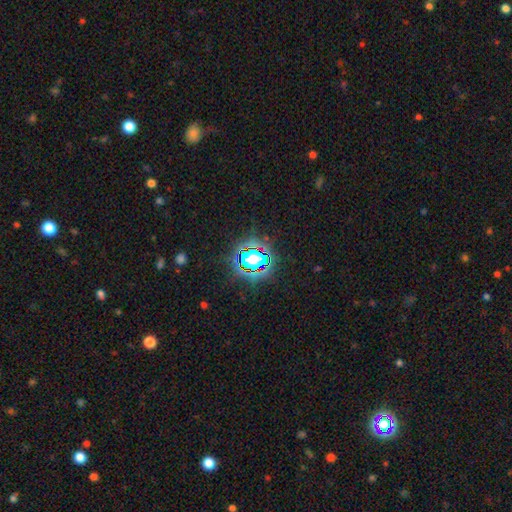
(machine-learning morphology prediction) This appears to be a star or artifact, not a galaxy (79%).